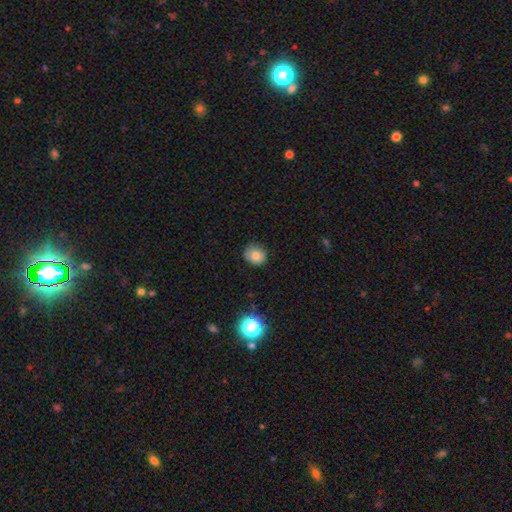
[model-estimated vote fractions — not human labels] A smooth galaxy with no disk features (79%) that is round (74%). Merging: none (76%).